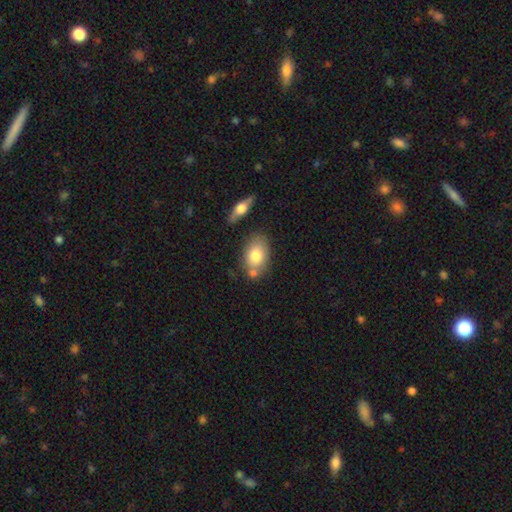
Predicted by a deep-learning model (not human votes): smooth_or_featured: smooth (p=0.76) [alt: featured or disk p=0.18]
how_rounded: in between (p=0.85) [alt: round p=0.13]
merging: none (p=0.64) [alt: merger p=0.16]